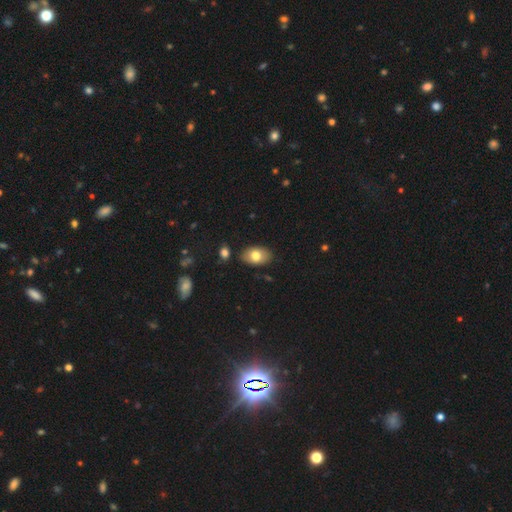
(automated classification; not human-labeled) Q: Smooth or featured?
A: smooth (76%); runner-up: featured or disk (16%)
Q: How rounded?
A: in between (89%); runner-up: round (10%)
Q: Merging?
A: none (84%); runner-up: minor disturbance (11%)